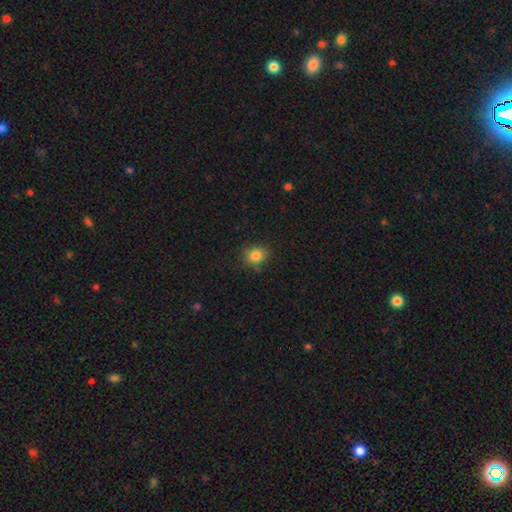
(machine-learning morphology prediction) Smooth or featured? smooth (83%)
How rounded? round (65%)
Merging? none (81%)